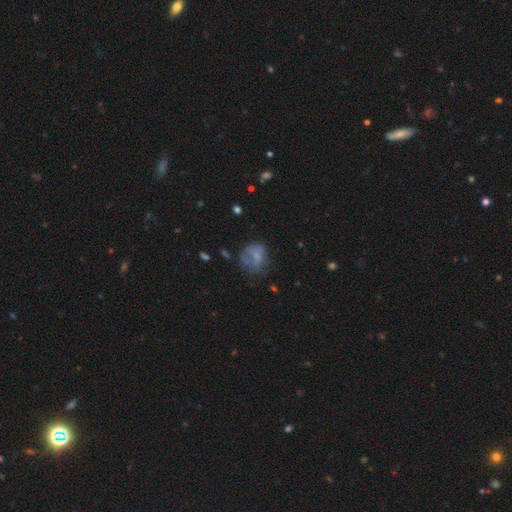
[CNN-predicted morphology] type=smooth (58%); roundness=round (63%); merging=none (41%).